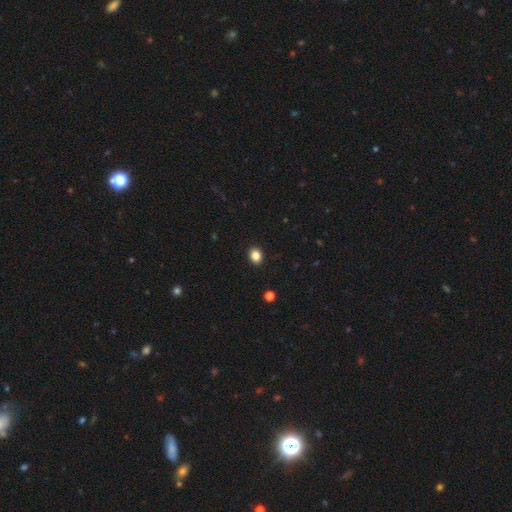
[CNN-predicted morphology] smooth 86%, star or artifact 10%, featured or disk 4%. Down the decision tree: how rounded — in between (52%); merging — none (92%).